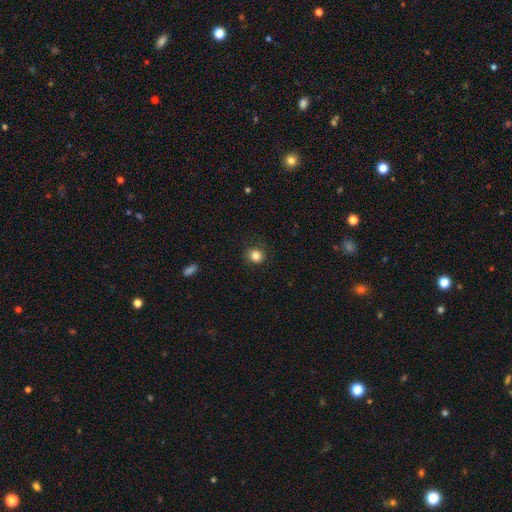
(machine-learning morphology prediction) Smooth or featured? smooth (83%)
How rounded? round (81%)
Merging? none (84%)